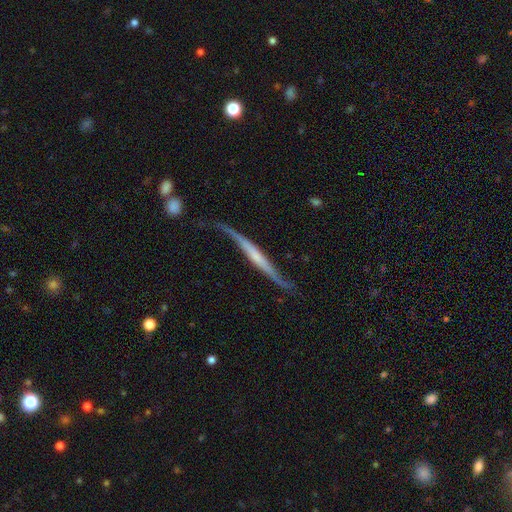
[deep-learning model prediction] A featured or disk galaxy (76%) viewed edge-on (72%) with no central bulge (53%).

Vote fractions:
- Smooth or featured? featured or disk: 76% / smooth: 18% / star or artifact: 6%
- Edge-on disk? yes: 72% / no: 28%
- Edge-on bulge? none: 53% / rounded: 30% / boxy: 17%
- Merging? none: 51% / minor disturbance: 28% / major disturbance: 16% / merger: 4%